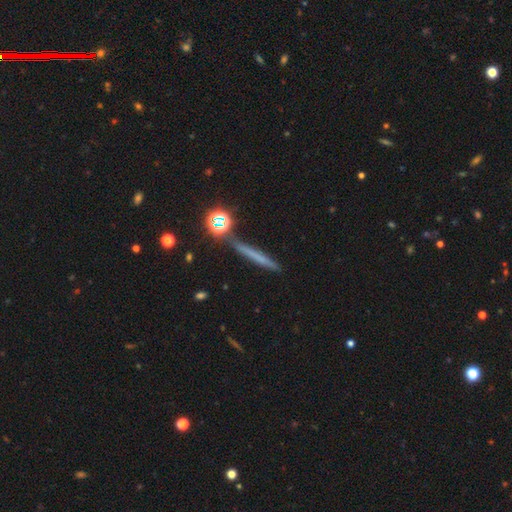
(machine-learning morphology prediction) Smooth or featured: smooth — 54% (featured or disk — 32%)
How rounded: cigar-shaped — 90% (round — 6%)
Merging: none — 84% (minor disturbance — 9%)